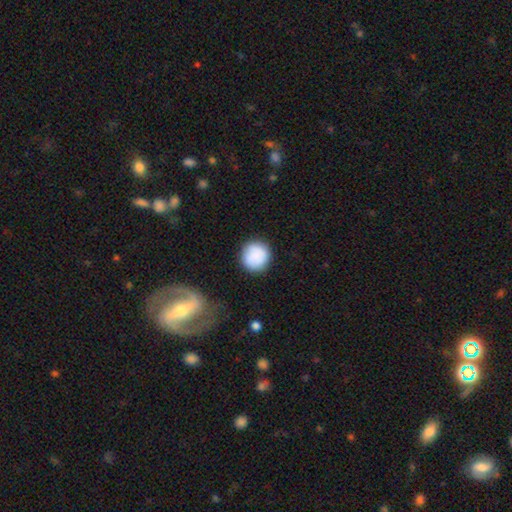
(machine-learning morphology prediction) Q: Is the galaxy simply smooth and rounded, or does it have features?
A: smooth — 88%.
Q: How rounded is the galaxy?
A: round — 92%.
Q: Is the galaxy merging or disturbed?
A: none — 87%.